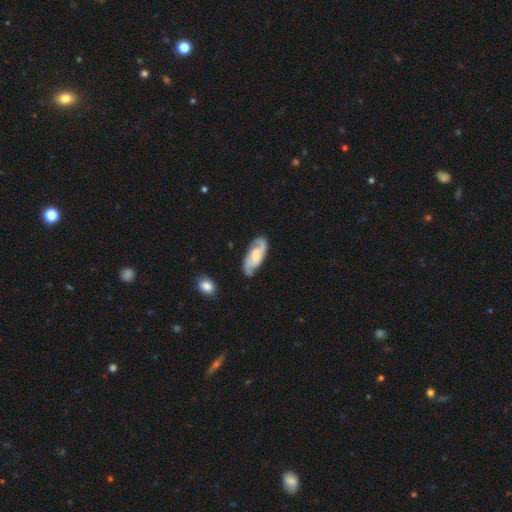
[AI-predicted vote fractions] Morphology: type=featured or disk (79%); edge-on=no (94%); bar=no (52%); spiral arms=yes (96%); winding=medium (47%); arm count=2 (89%); bulge=small (38%); merging=none (79%).